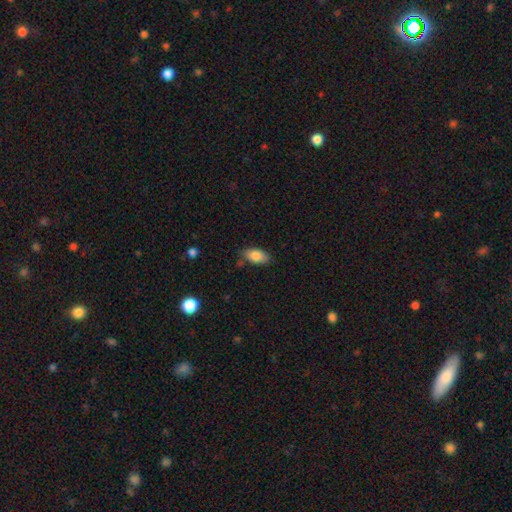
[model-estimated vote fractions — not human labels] This appears to be a smooth galaxy with no disk features (83%) that is in between round and cigar-shaped (91%). Merging: none (76%).